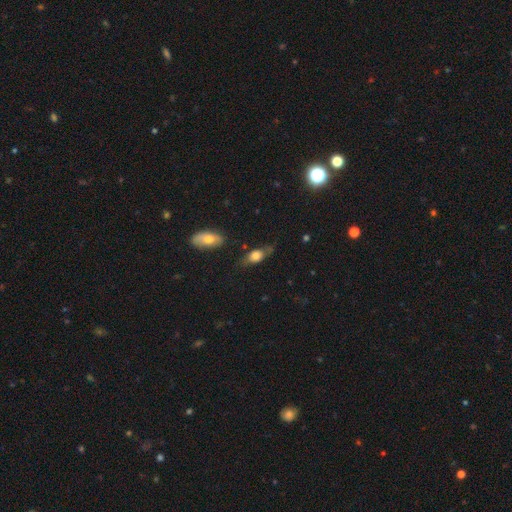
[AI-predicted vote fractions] smooth_or_featured: smooth (p=0.65) [alt: featured or disk p=0.27]
how_rounded: in between (p=0.75) [alt: cigar-shaped p=0.14]
merging: none (p=0.62) [alt: minor disturbance p=0.25]